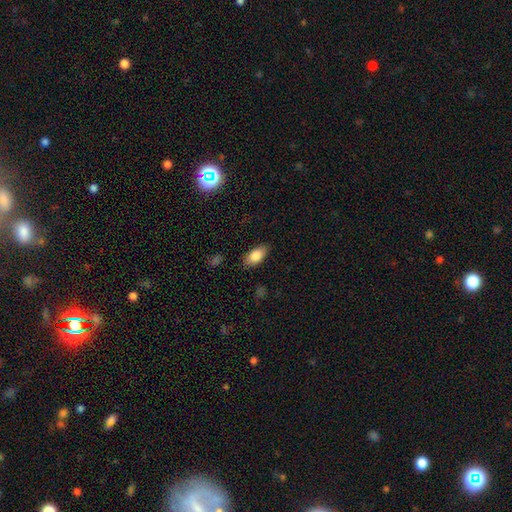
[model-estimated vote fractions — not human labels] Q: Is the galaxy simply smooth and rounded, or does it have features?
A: smooth — 83%.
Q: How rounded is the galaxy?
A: in between — 90%.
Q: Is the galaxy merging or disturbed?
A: none — 85%.